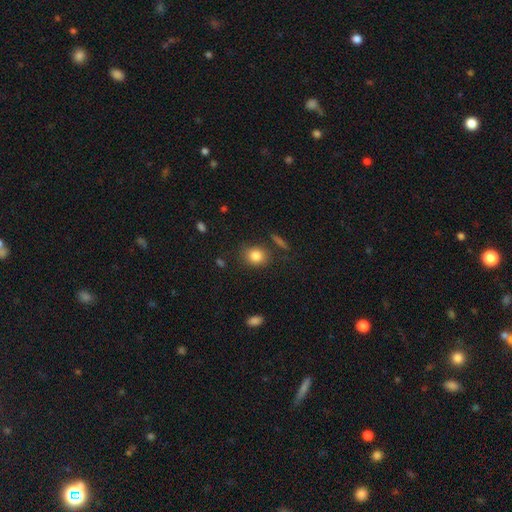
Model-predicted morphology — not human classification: A smooth galaxy with no disk features (84%) that is round (62%).

Vote fractions:
- Smooth or featured? smooth: 84% / star or artifact: 9% / featured or disk: 7%
- How rounded? round: 62% / in between: 37% / cigar-shaped: 1%
- Merging? none: 80% / minor disturbance: 13% / major disturbance: 4% / merger: 4%